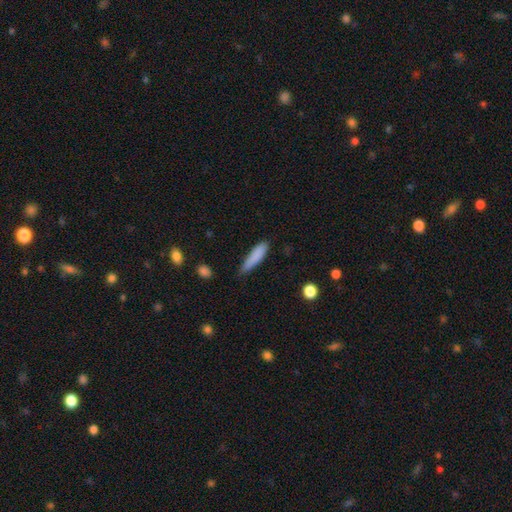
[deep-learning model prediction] Overall: smooth (84%). How rounded: cigar-shaped (79%). Merging: none (65%; minor disturbance 28%).